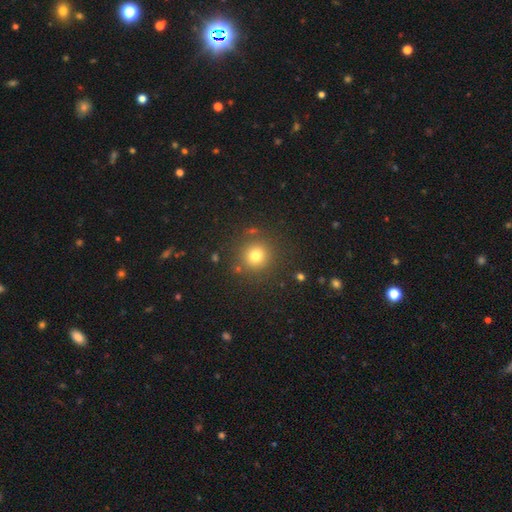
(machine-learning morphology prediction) Smooth or featured? Predicted: smooth (p=0.77). How rounded? Predicted: round (p=0.93). Merging? Predicted: none (p=0.86).